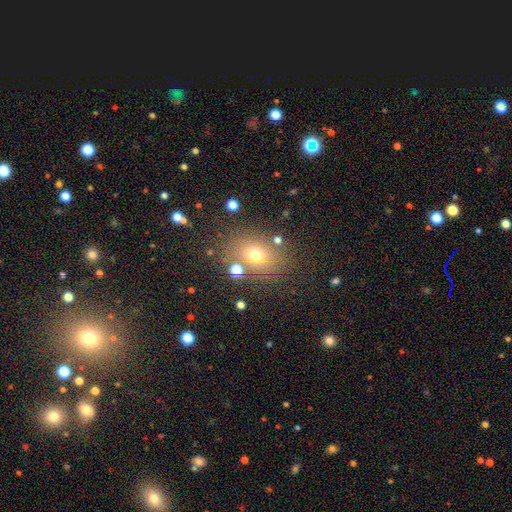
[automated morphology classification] Overall: smooth (62%). How rounded: in between (55%; round 44%). Merging: none (78%).